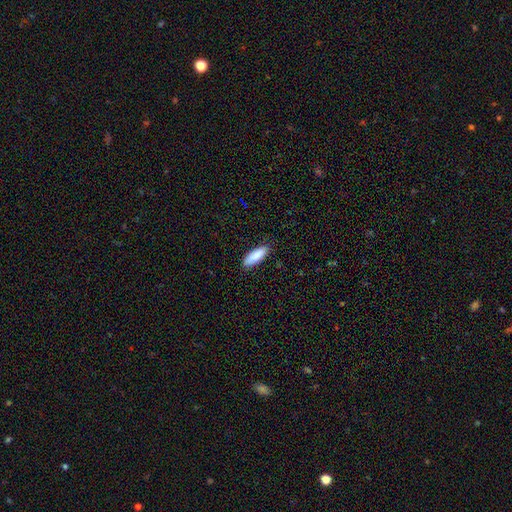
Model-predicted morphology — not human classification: type=smooth (88%); roundness=in between (59%); merging=none (85%).